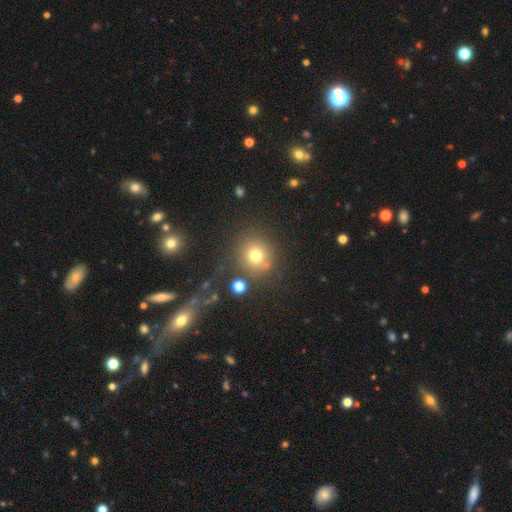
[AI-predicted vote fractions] A smooth galaxy with no disk features (74%) that is round (90%).

Vote fractions:
- Smooth or featured? smooth: 74% / star or artifact: 15% / featured or disk: 11%
- How rounded? round: 90% / in between: 9% / cigar-shaped: 1%
- Merging? none: 73% / minor disturbance: 11% / merger: 10% / major disturbance: 6%